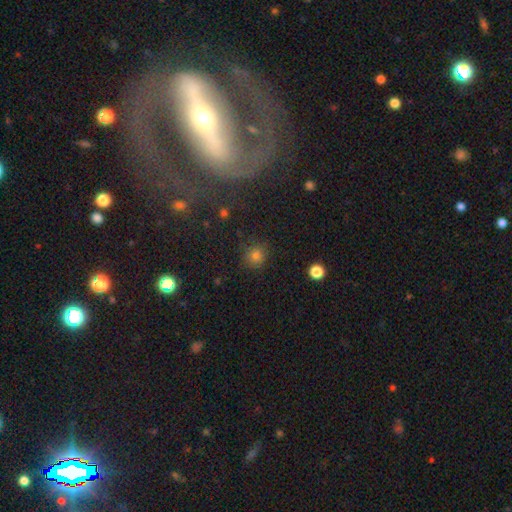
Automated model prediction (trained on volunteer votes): Smooth or featured? smooth (77%)
How rounded? round (90%)
Merging? none (83%)